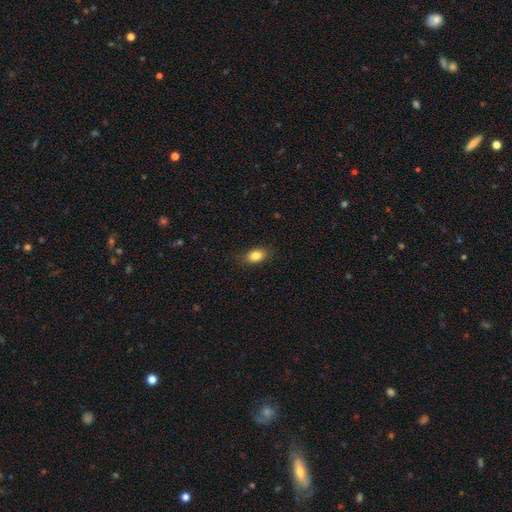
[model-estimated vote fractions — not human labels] smooth_or_featured: smooth (p=0.84) [alt: star or artifact p=0.09]
how_rounded: in between (p=0.83) [alt: round p=0.15]
merging: none (p=0.85) [alt: minor disturbance p=0.11]